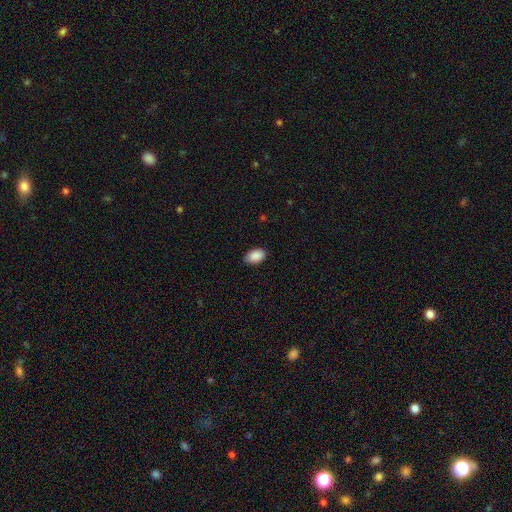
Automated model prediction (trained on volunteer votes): Smooth or featured? Predicted: smooth (p=0.91). How rounded? Predicted: in between (p=0.93). Merging? Predicted: none (p=0.86).